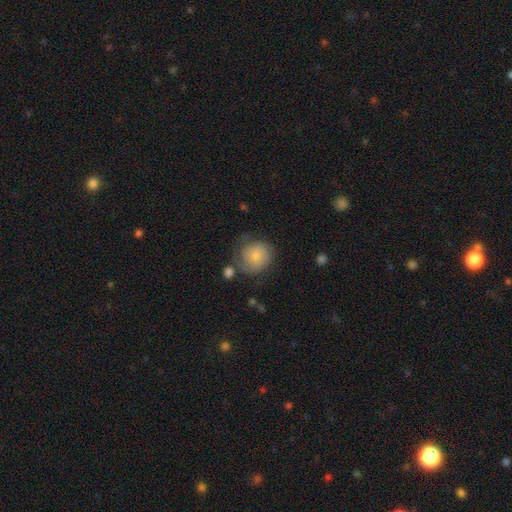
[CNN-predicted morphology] Overall: smooth (64%; featured or disk 29%). How rounded: round (85%). Merging: none (58%; minor disturbance 23%).